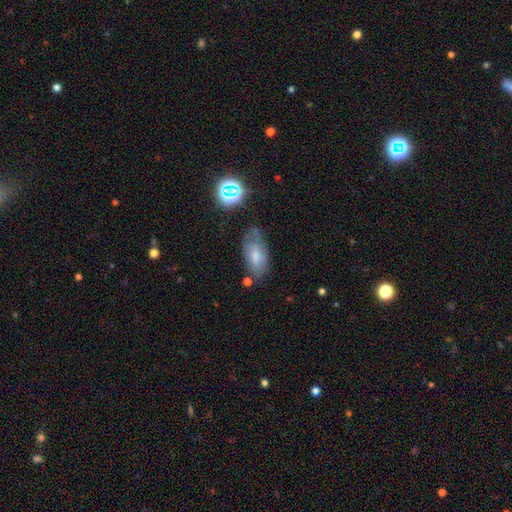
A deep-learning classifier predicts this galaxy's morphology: A smooth galaxy with no disk features (62%) that is in between round and cigar-shaped (89%). Merging: none (56%).